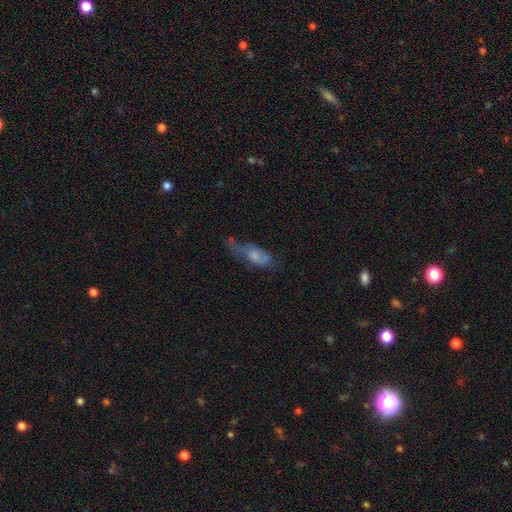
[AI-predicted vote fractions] Q: Smooth or featured?
A: smooth (52%); runner-up: featured or disk (38%)
Q: How rounded?
A: in between (67%); runner-up: cigar-shaped (29%)
Q: Merging?
A: major disturbance (33%); runner-up: none (31%)